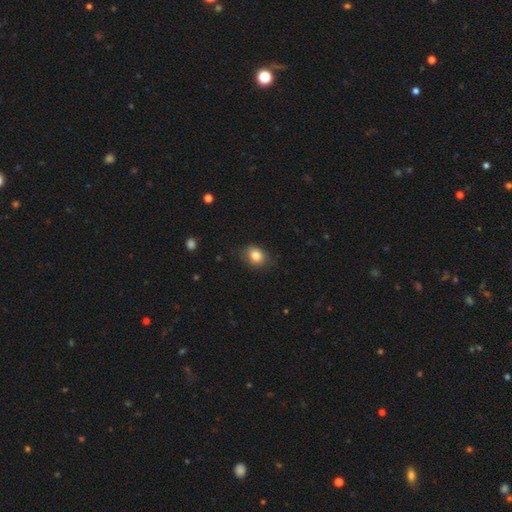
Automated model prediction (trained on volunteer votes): Smooth or featured? Predicted: smooth (p=0.82). How rounded? Predicted: in between (p=0.52). Merging? Predicted: none (p=0.75).